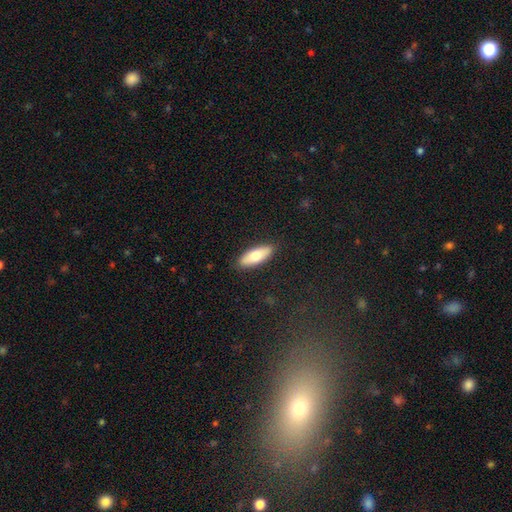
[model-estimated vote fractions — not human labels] Smooth or featured?
  - smooth: 75% *
  - featured or disk: 20%
  - star or artifact: 6%
How rounded?
  - in between: 72% *
  - cigar-shaped: 25%
  - round: 2%
Merging?
  - none: 88% *
  - minor disturbance: 9%
  - major disturbance: 2%
  - merger: 1%